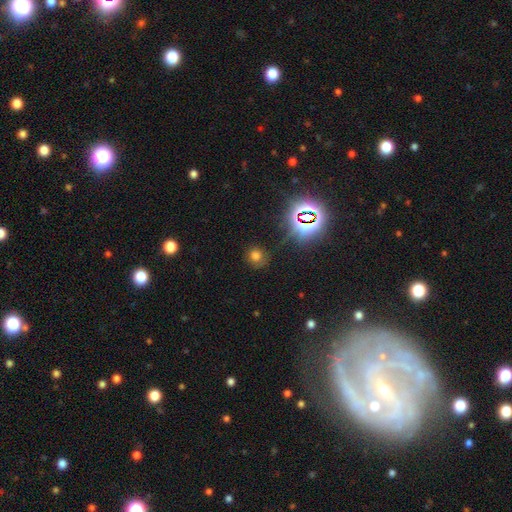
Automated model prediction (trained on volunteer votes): Smooth or featured: smooth — 63% (star or artifact — 29%)
How rounded: round — 82% (in between — 17%)
Merging: none — 73% (minor disturbance — 17%)